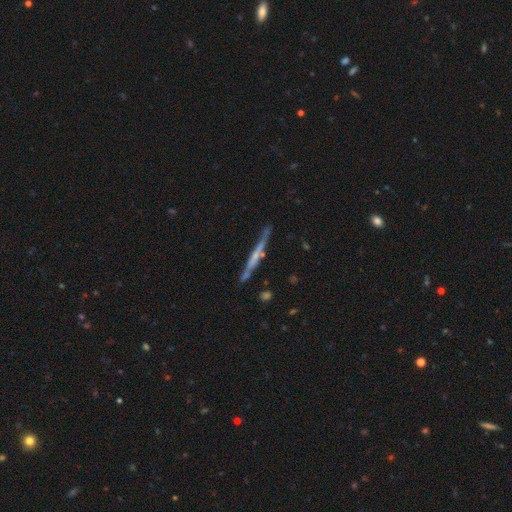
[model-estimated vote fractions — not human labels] Overall: featured or disk (64%; smooth 30%). Edge-on disk: yes (95%). Edge-on bulge: none (56%; rounded 32%). Merging: none (75%).